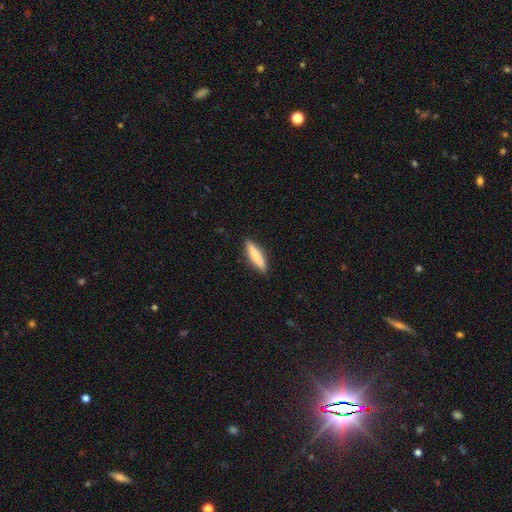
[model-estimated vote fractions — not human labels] smooth 77%, featured or disk 17%, star or artifact 6%. Down the decision tree: how rounded — cigar-shaped (80%); merging — none (89%).